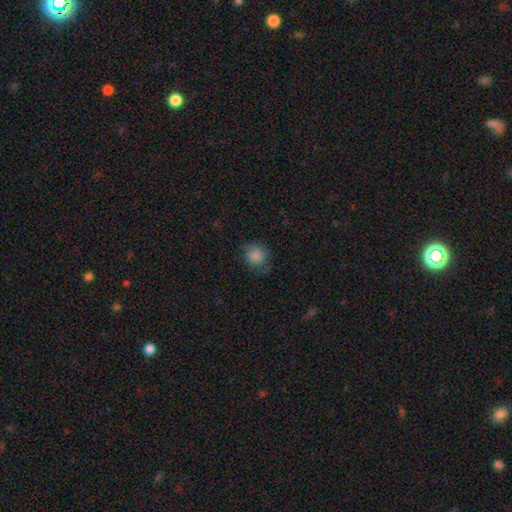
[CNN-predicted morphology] Smooth or featured: smooth — 84% (star or artifact — 9%)
How rounded: round — 71% (in between — 28%)
Merging: none — 68% (minor disturbance — 23%)